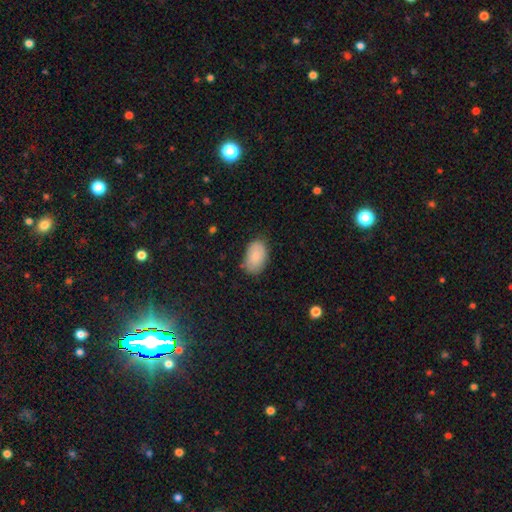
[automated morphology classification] Smooth or featured? Predicted: smooth (p=0.83). How rounded? Predicted: in between (p=0.92). Merging? Predicted: none (p=0.78).